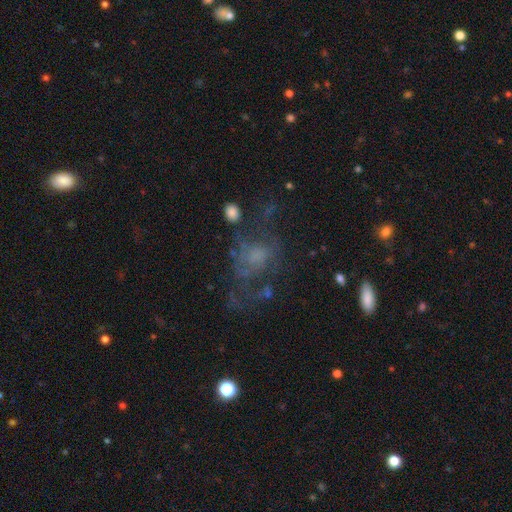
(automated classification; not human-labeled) A featured or disk galaxy (50%). Merging: major disturbance (40%).